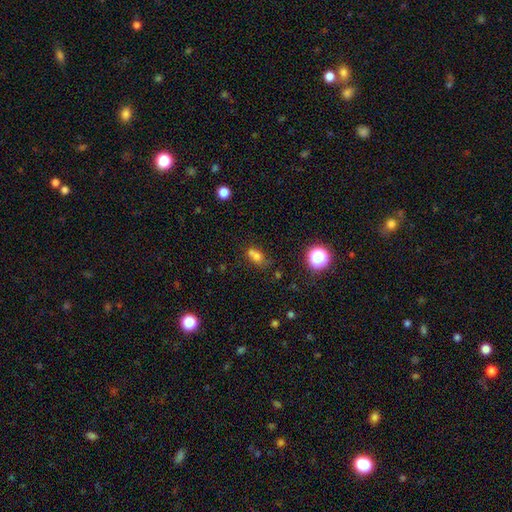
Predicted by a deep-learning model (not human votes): Smooth or featured?
  - smooth: 68% *
  - star or artifact: 18%
  - featured or disk: 13%
How rounded?
  - in between: 51% *
  - round: 45%
  - cigar-shaped: 4%
Merging?
  - merger: 43% *
  - none: 37%
  - minor disturbance: 14%
  - major disturbance: 7%